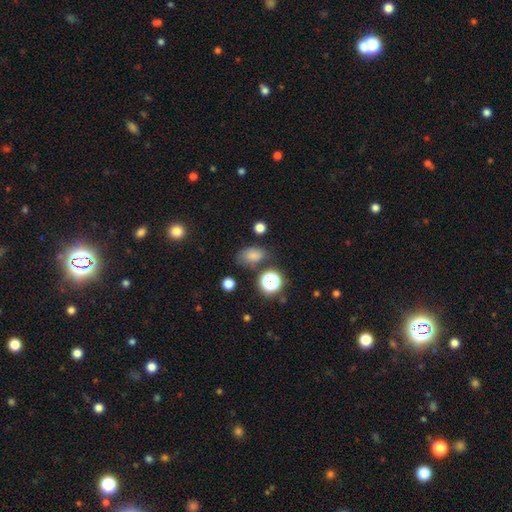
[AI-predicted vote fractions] Smooth or featured: smooth — 61% (star or artifact — 27%)
How rounded: in between — 73% (round — 26%)
Merging: none — 68% (minor disturbance — 19%)